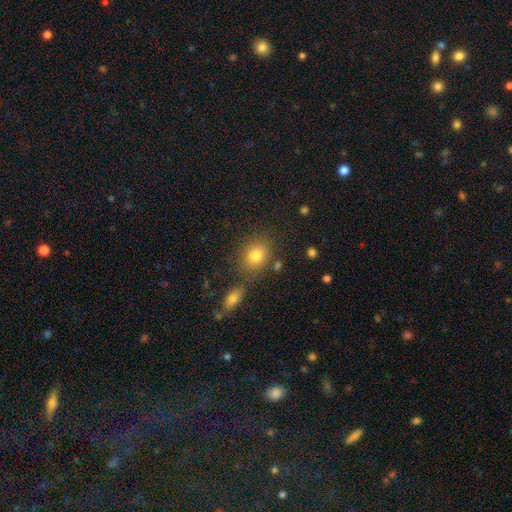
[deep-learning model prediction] smooth-or-featured: smooth: 80% | star or artifact: 11% | featured or disk: 9%
  how-rounded: in between: 53% | round: 46% | cigar-shaped: 1%
  merging: none: 72% | minor disturbance: 12% | merger: 12% | major disturbance: 4%